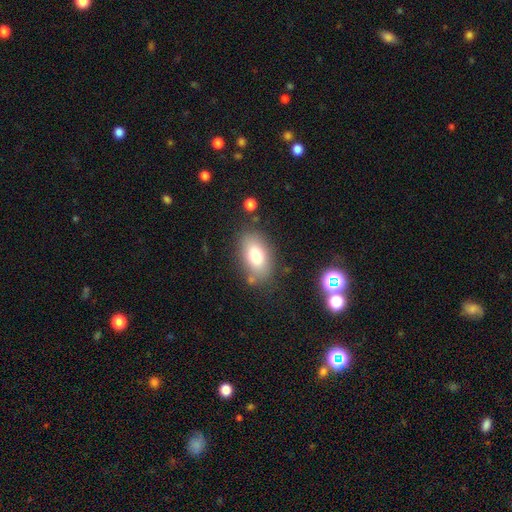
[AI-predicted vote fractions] Overall: smooth (76%). How rounded: in between (88%). Merging: none (78%).